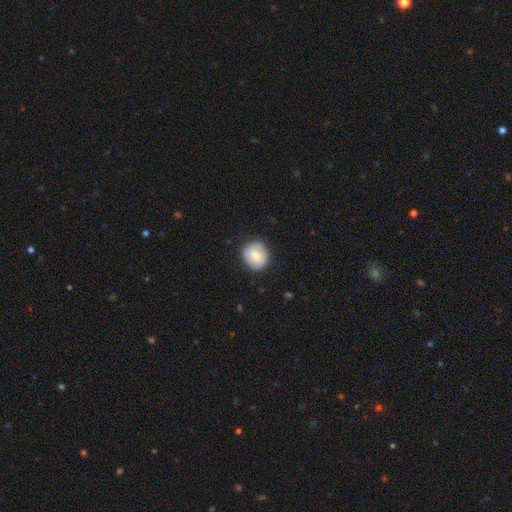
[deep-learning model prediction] Overall: smooth (68%). How rounded: round (73%). Merging: none (79%).